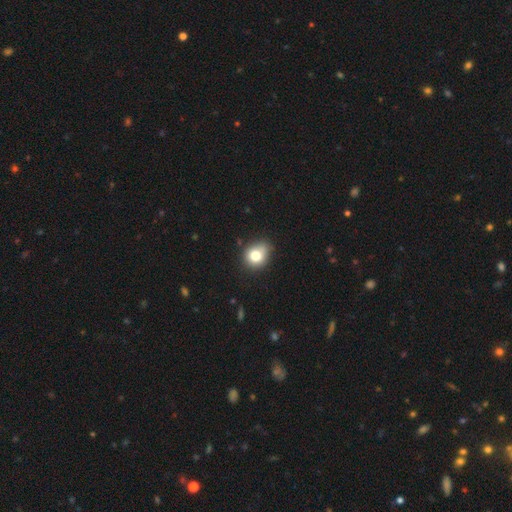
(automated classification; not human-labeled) This is likely a smooth galaxy (78%). How rounded: likely round (69%). Merging: likely none (66%).